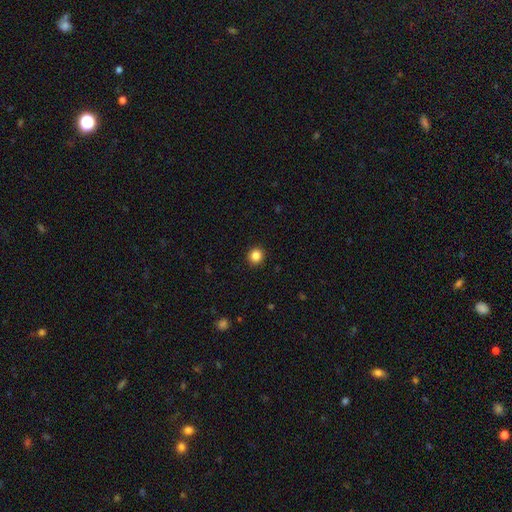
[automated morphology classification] A smooth galaxy with no disk features (85%) that is round (92%). Merging: none (93%).